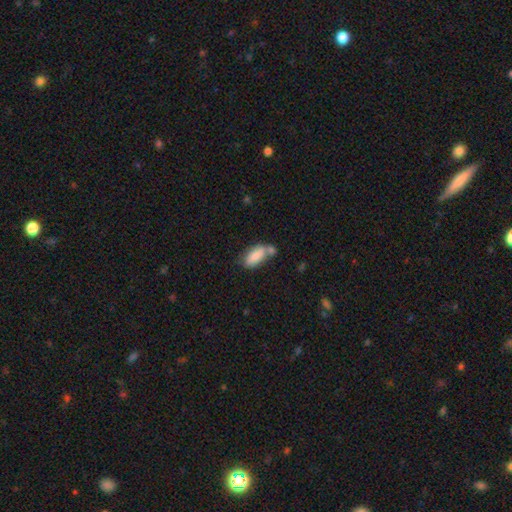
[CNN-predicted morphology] A smooth galaxy with no disk features (78%) that is in between round and cigar-shaped (89%).

Vote fractions:
- Smooth or featured? smooth: 78% / featured or disk: 15% / star or artifact: 7%
- How rounded? in between: 89% / cigar-shaped: 8% / round: 3%
- Merging? none: 44% / merger: 32% / minor disturbance: 19% / major disturbance: 6%